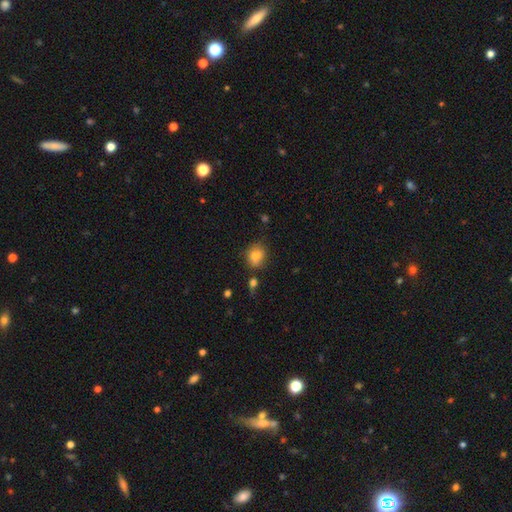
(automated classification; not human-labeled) A smooth galaxy with no disk features (78%) that is round (66%). Merging: none (67%).